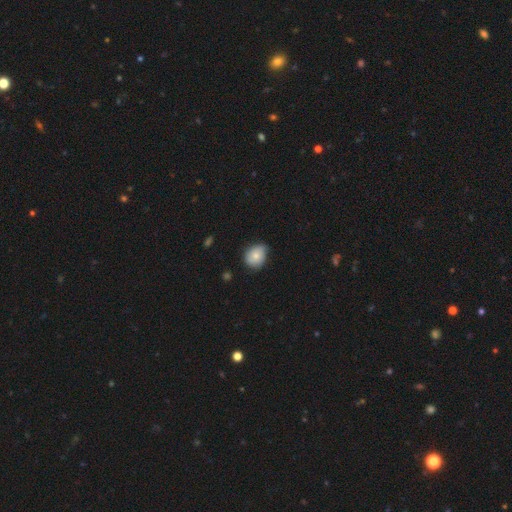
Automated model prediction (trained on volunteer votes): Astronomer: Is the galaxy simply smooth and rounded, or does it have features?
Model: smooth — 75%.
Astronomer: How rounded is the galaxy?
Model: in between — 50% (runner-up: round, 49%).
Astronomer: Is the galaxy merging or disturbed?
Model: none — 58% (runner-up: minor disturbance, 35%).